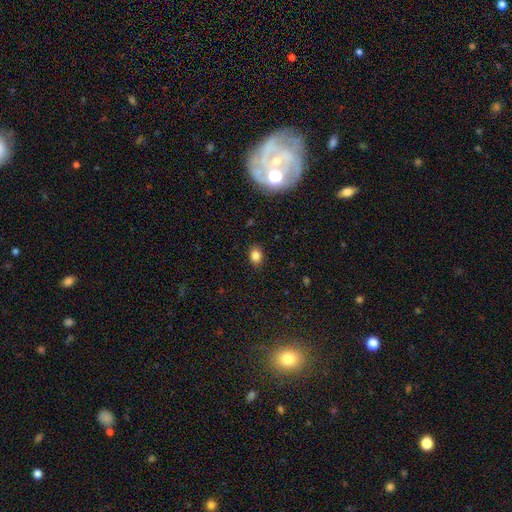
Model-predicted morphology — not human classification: A smooth galaxy with no disk features (83%) that is in between round and cigar-shaped (62%). Merging: none (87%).